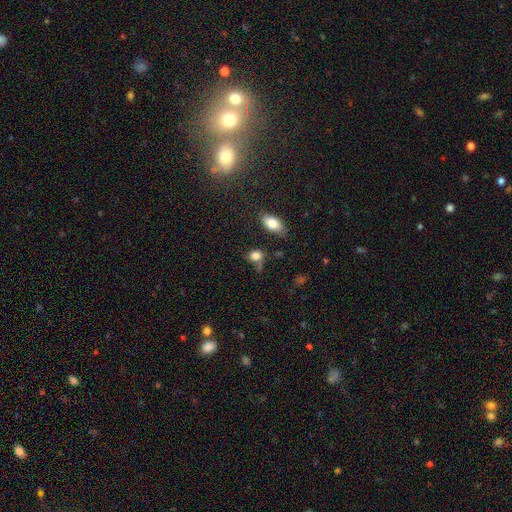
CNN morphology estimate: Smooth or featured? Predicted: smooth (p=0.82). How rounded? Predicted: in between (p=0.49). Merging? Predicted: none (p=0.55).